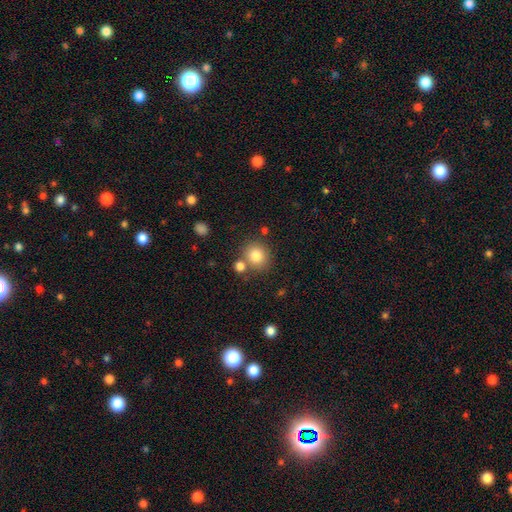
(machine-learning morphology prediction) This appears to be a smooth galaxy with no disk features (82%) that is round (86%). Merging: none (74%).